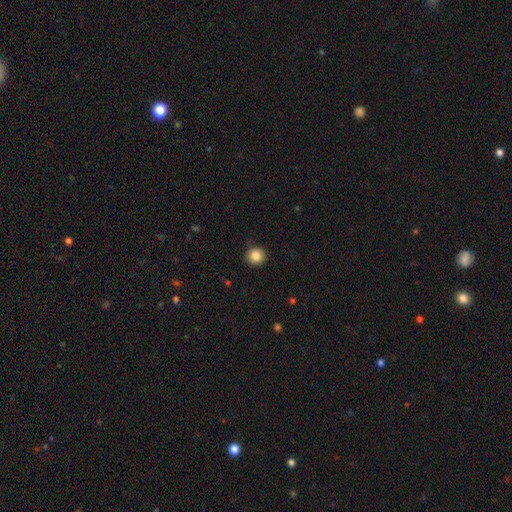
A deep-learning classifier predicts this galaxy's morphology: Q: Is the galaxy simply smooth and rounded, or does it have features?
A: smooth — 85%.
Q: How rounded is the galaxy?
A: round — 92%.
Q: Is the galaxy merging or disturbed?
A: none — 89%.